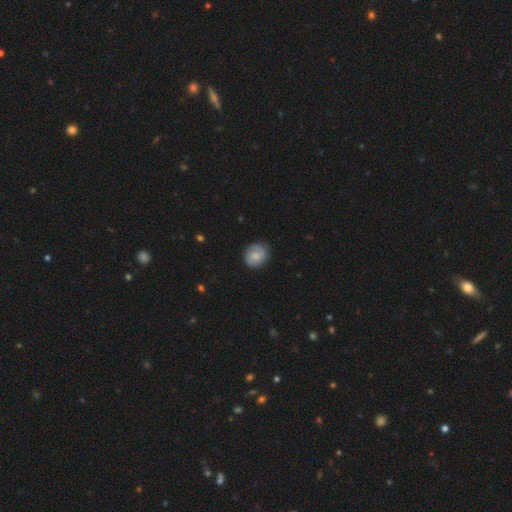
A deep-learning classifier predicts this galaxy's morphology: Smooth or featured? smooth (52%)
How rounded? round (73%)
Merging? none (84%)